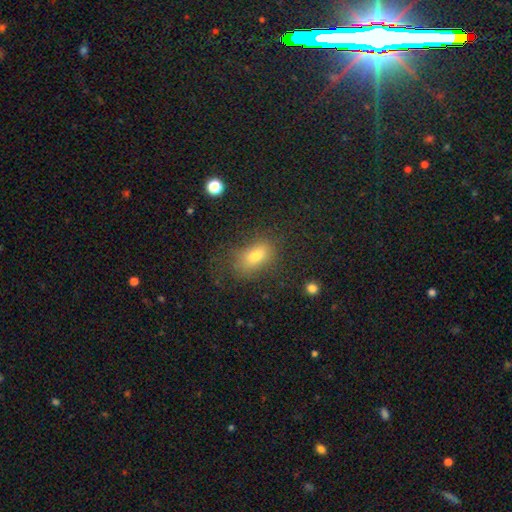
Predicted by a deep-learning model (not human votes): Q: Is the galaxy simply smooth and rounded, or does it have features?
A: smooth — 74%.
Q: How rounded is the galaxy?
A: in between — 84%.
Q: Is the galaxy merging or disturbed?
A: none — 66%.